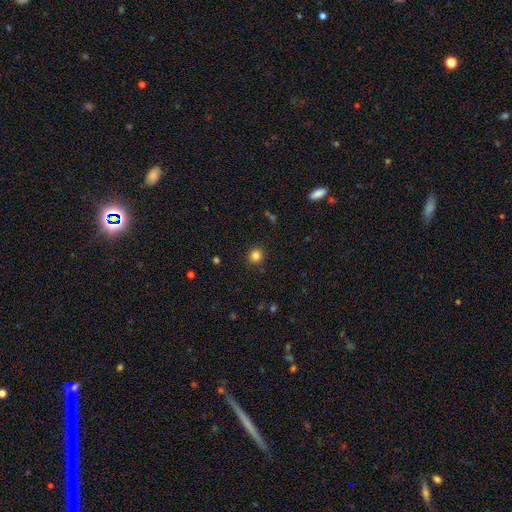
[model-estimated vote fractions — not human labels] This appears to be a smooth galaxy with no disk features (83%) that is round (93%). Merging: none (91%).